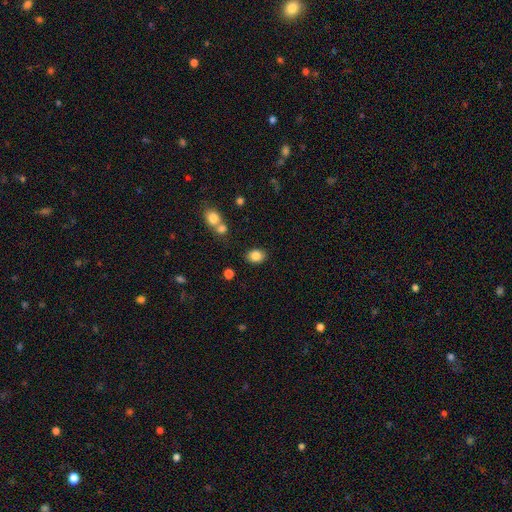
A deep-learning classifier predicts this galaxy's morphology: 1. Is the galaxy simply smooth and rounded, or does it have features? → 84% smooth, 9% star or artifact, 6% featured or disk.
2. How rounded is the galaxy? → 60% in between, 39% round, 1% cigar-shaped.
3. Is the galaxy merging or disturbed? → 82% none, 10% minor disturbance, 5% merger, 3% major disturbance.